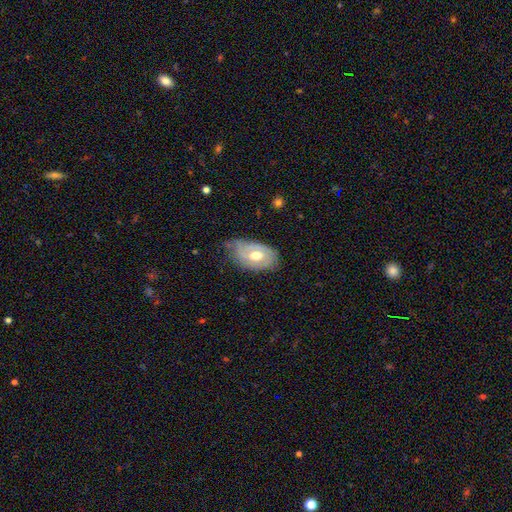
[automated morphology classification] Q: Smooth or featured?
A: featured or disk (58%); runner-up: smooth (36%)
Q: Edge-on disk?
A: no (91%); runner-up: yes (9%)
Q: Bar?
A: no (57%); runner-up: weak (35%)
Q: Spiral arms?
A: yes (63%); runner-up: no (37%)
Q: Bulge size?
A: moderate (75%); runner-up: large (13%)
Q: Merging?
A: none (50%); runner-up: minor disturbance (37%)